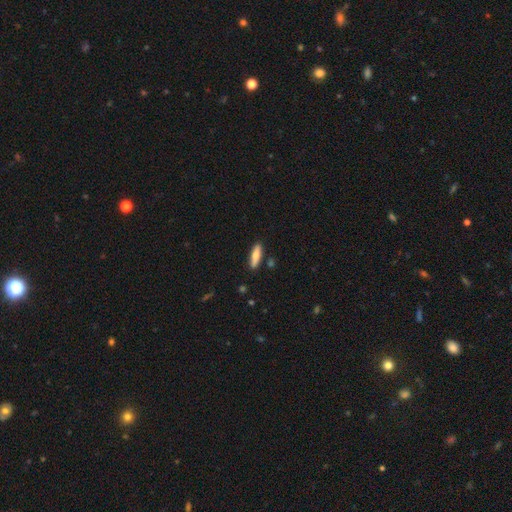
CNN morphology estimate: A smooth galaxy with no disk features (71%) that is cigar-shaped (63%).

Vote fractions:
- Smooth or featured? smooth: 71% / featured or disk: 23% / star or artifact: 6%
- How rounded? cigar-shaped: 63% / in between: 35% / round: 2%
- Merging? none: 87% / minor disturbance: 9% / merger: 2% / major disturbance: 2%